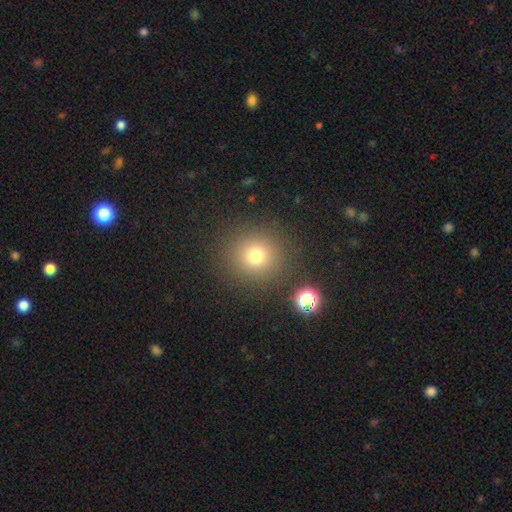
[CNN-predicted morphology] smooth-or-featured: smooth: 74% | star or artifact: 18% | featured or disk: 8%
  how-rounded: round: 91% | in between: 8% | cigar-shaped: 1%
  merging: none: 87% | minor disturbance: 7% | major disturbance: 3% | merger: 3%